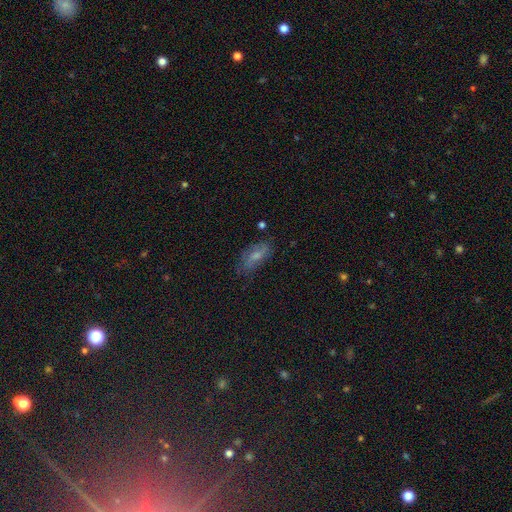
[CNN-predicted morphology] Overall: smooth (54%; featured or disk 36%). How rounded: in between (81%). Merging: none (65%).